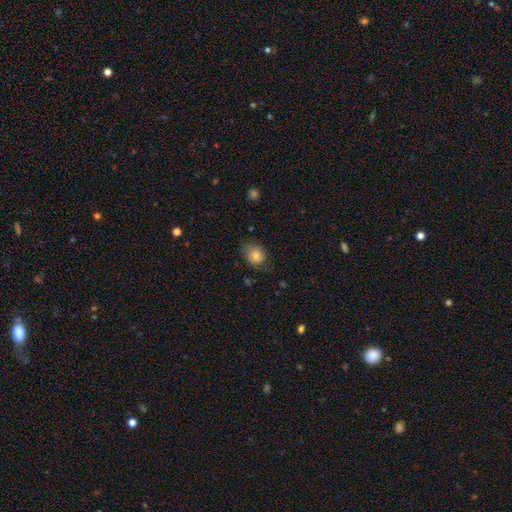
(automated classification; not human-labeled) Smooth or featured? smooth (76%)
How rounded? round (55%)
Merging? none (63%)